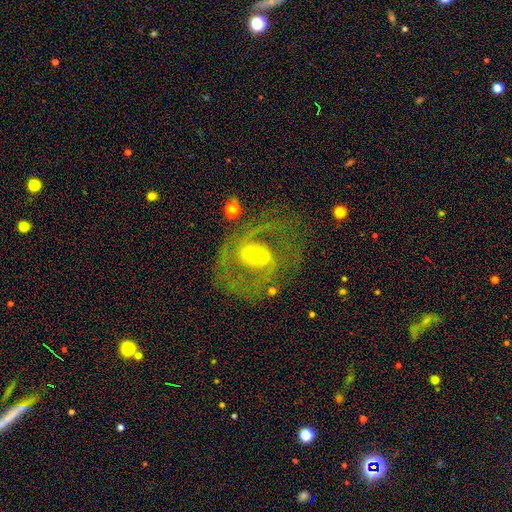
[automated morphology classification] Smooth or featured? featured or disk (83%)
Edge-on disk? no (97%)
Bar? no (41%)
Spiral arms? yes (83%)
Spiral winding? medium (51%)
Spiral arm count? 2 (72%)
Bulge size? small (51%)
Merging? none (59%)